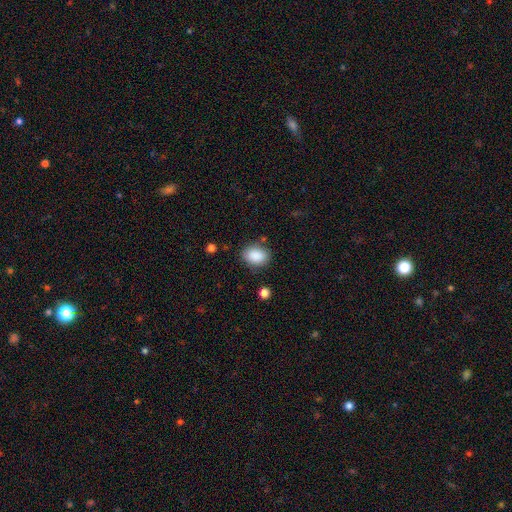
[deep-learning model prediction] A smooth galaxy with no disk features (88%) that is in between round and cigar-shaped (70%).

Vote fractions:
- Smooth or featured? smooth: 88% / star or artifact: 8% / featured or disk: 4%
- How rounded? in between: 70% / round: 29% / cigar-shaped: 1%
- Merging? none: 81% / minor disturbance: 13% / major disturbance: 4% / merger: 2%